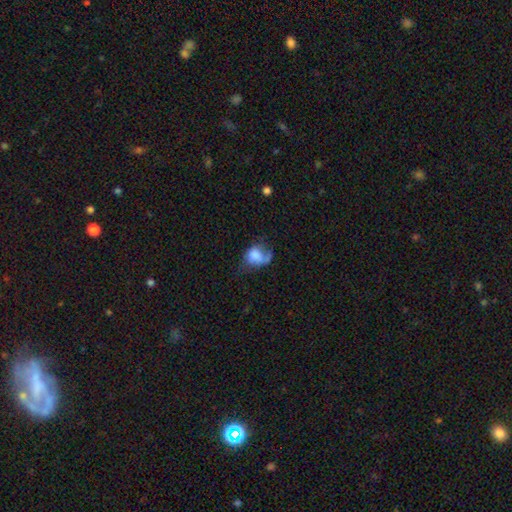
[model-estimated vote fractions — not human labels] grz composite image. It shows a smooth galaxy with no disk features (64%) that is in between round and cigar-shaped (57%). Merging: major disturbance (40%).